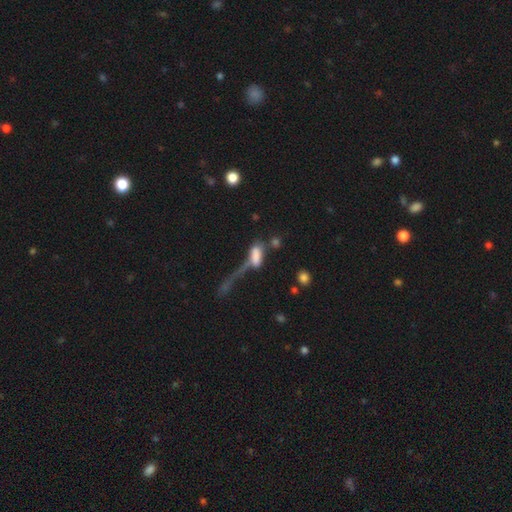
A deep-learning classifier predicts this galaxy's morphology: A smooth galaxy with no disk features (69%) that is in between round and cigar-shaped (74%).

Vote fractions:
- Smooth or featured? smooth: 69% / featured or disk: 19% / star or artifact: 11%
- How rounded? in between: 74% / cigar-shaped: 21% / round: 5%
- Merging? major disturbance: 40% / merger: 29% / none: 18% / minor disturbance: 13%